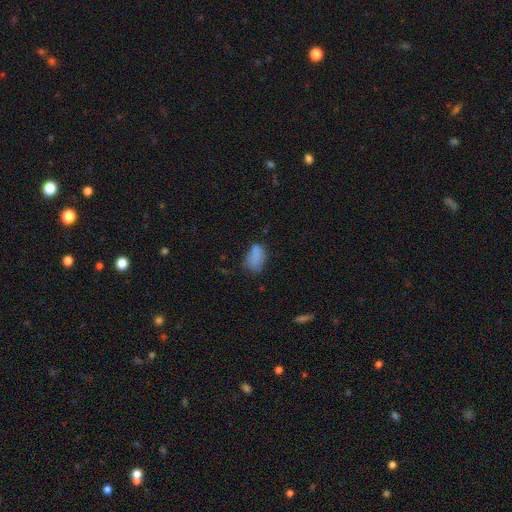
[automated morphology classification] This appears to be a smooth galaxy with no disk features (79%) that is in between round and cigar-shaped (88%). Merging: none (49%).